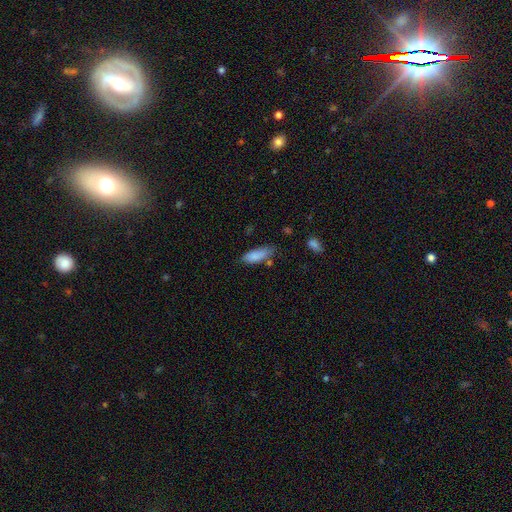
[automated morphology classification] The model was most divided on "merging": none: 57%, minor disturbance: 30%, major disturbance: 7%, merger: 6%. More confident: smooth or featured — smooth (85%); how rounded — in between (69%).